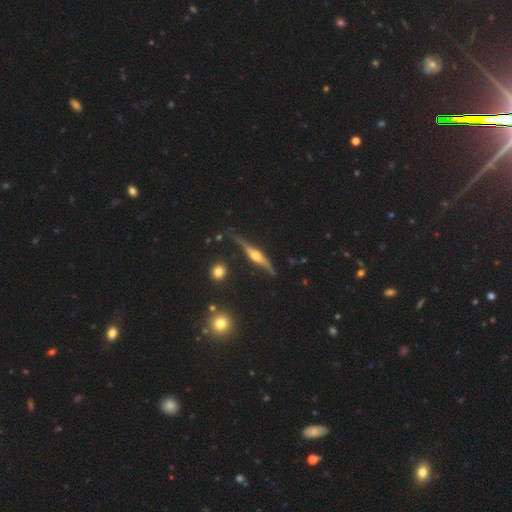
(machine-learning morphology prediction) The model was most divided on "merging": none: 80%, minor disturbance: 14%, major disturbance: 3%, merger: 2%. More confident: edge-on disk — yes (97%); edge-on bulge — rounded (90%); smooth or featured — featured or disk (84%).